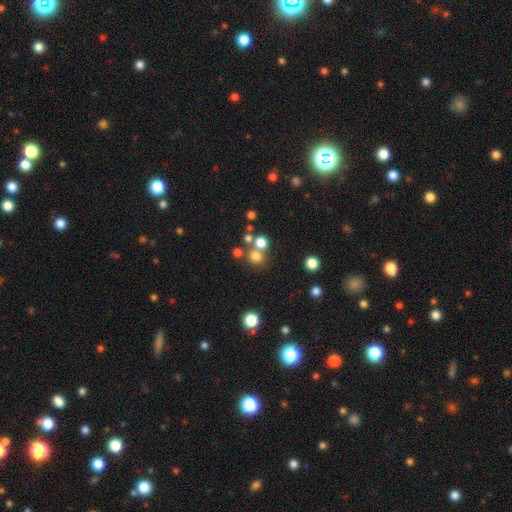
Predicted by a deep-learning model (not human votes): Smooth or featured? smooth (72%)
How rounded? round (86%)
Merging? none (62%)